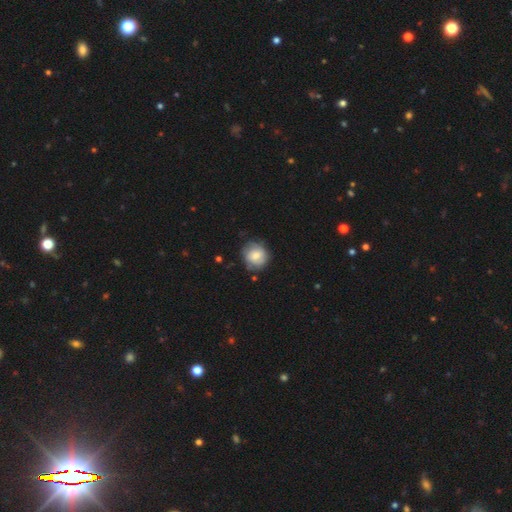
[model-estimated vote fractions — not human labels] Smooth or featured: smooth — 68% (featured or disk — 24%)
How rounded: round — 83% (in between — 16%)
Merging: none — 73% (minor disturbance — 20%)